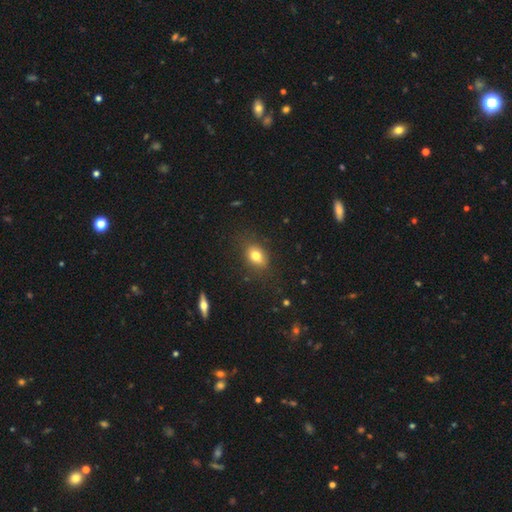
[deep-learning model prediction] This appears to be a smooth galaxy with no disk features (76%) that is in between round and cigar-shaped (67%). Merging: none (79%).